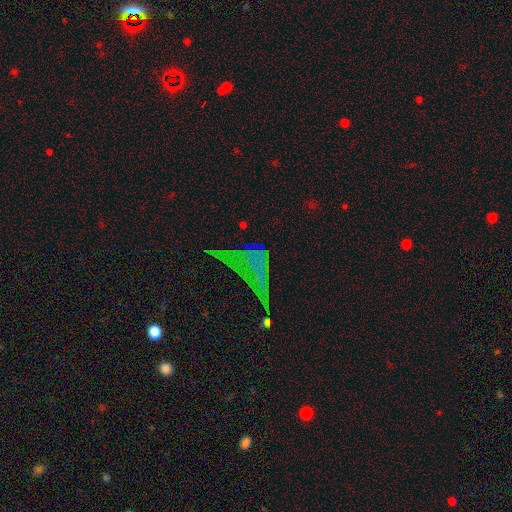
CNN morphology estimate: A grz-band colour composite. It shows a star or artifact, not a galaxy (50%).